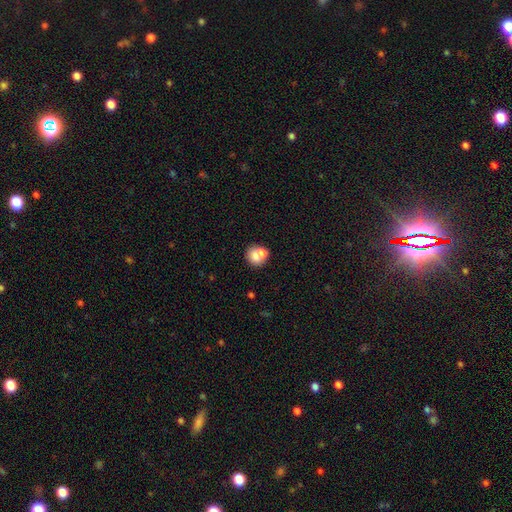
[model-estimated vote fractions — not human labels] Smooth or featured? smooth (70%)
How rounded? round (76%)
Merging? merger (48%)